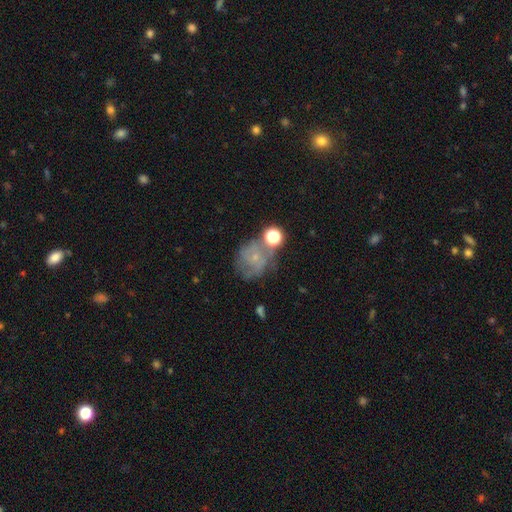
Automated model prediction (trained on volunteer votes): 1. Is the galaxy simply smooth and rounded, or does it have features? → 43% featured or disk, 40% smooth, 17% star or artifact.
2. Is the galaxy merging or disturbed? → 44% none, 22% minor disturbance, 18% major disturbance, 16% merger.